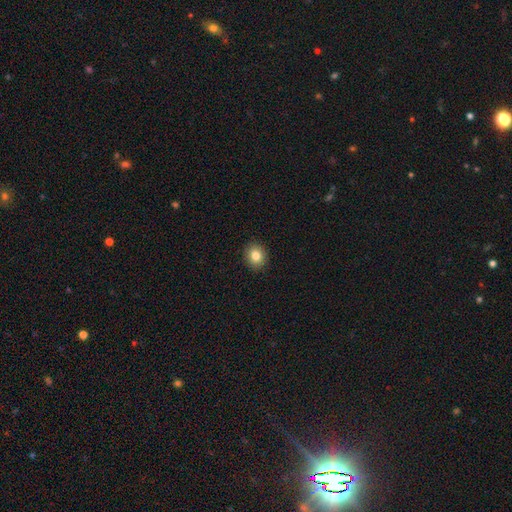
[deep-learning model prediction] Morphology: type=smooth (83%); roundness=round (69%); merging=none (91%).